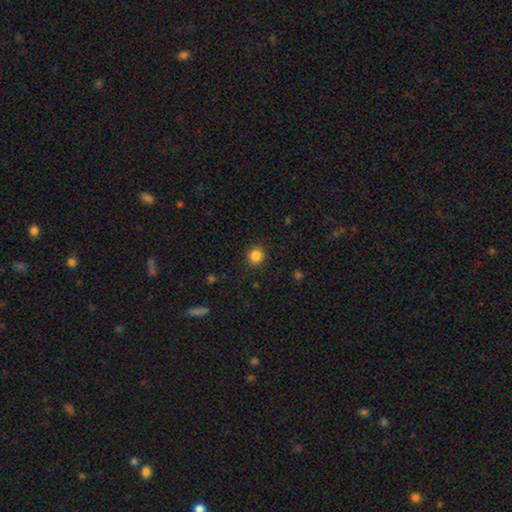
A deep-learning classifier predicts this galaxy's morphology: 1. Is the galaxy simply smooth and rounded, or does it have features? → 85% smooth, 11% star or artifact, 4% featured or disk.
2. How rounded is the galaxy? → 90% round, 9% in between, 1% cigar-shaped.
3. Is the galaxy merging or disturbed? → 90% none, 6% minor disturbance, 2% major disturbance, 1% merger.